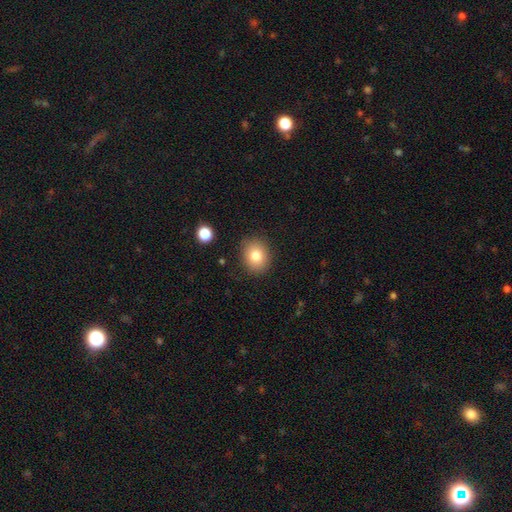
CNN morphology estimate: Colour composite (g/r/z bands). It shows a smooth galaxy with no disk features (80%) that is round (59%). Merging: none (85%).